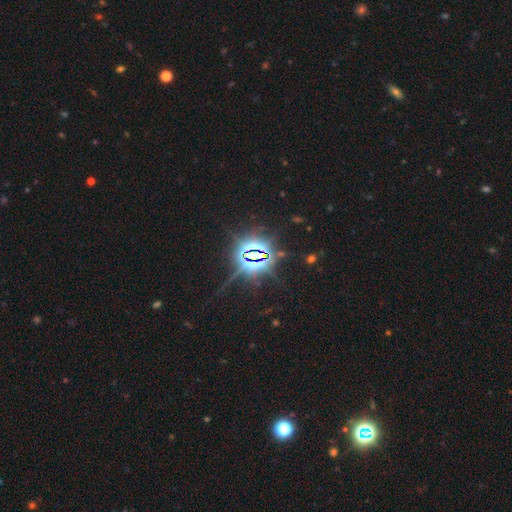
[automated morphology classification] A star or artifact, not a galaxy (85%).

Vote fractions:
- Smooth or featured? star or artifact: 85% / smooth: 8% / featured or disk: 7%